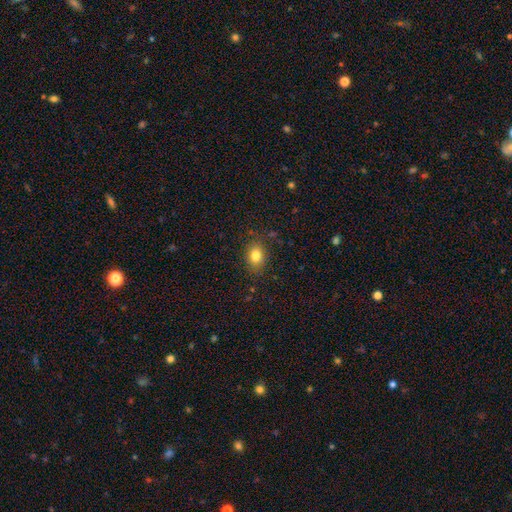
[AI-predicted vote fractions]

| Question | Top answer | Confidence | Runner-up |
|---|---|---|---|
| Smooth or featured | smooth | 82% | star or artifact (11%) |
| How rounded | in between | 66% | round (33%) |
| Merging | none | 83% | minor disturbance (12%) |